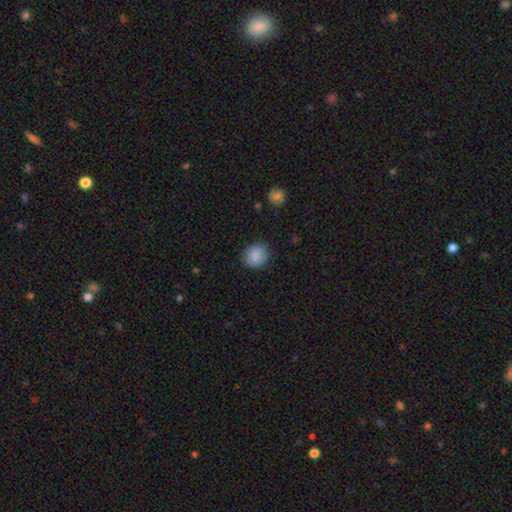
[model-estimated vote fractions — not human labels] Smooth or featured? Predicted: smooth (p=0.86). How rounded? Predicted: round (p=0.68). Merging? Predicted: none (p=0.83).